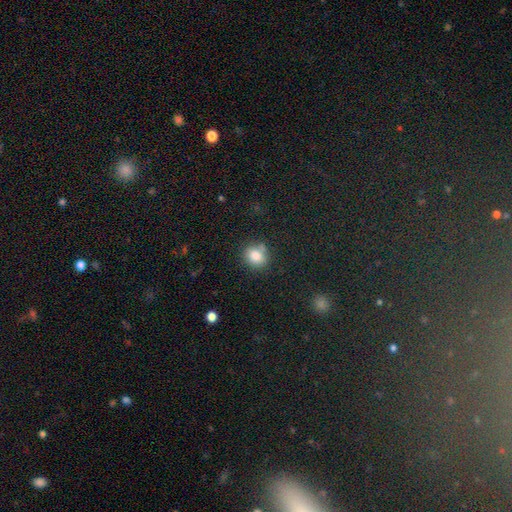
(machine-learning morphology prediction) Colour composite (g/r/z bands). It shows a smooth galaxy with no disk features (83%) that is round (74%). Merging: none (73%).